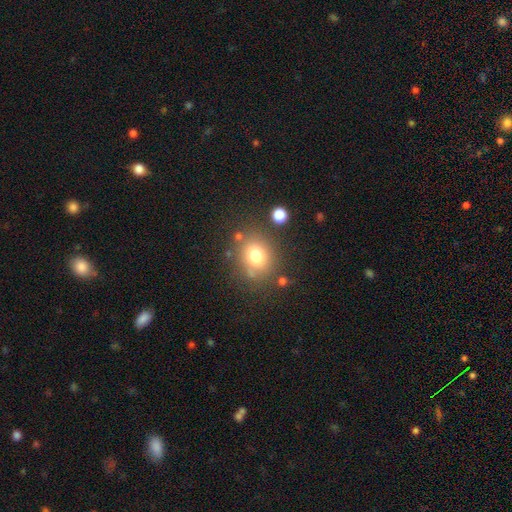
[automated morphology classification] Smooth or featured? smooth (74%)
How rounded? round (70%)
Merging? none (73%)